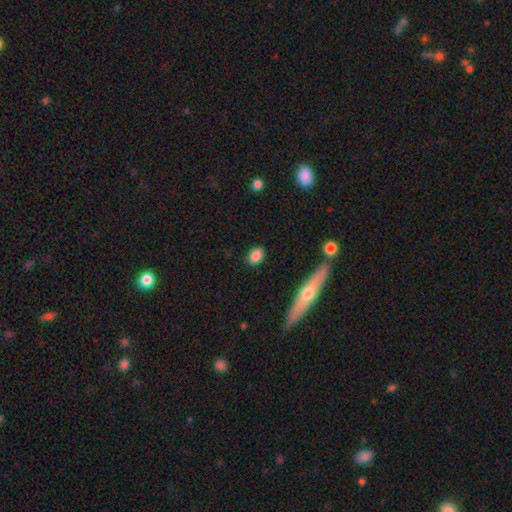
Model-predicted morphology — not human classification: Q: Smooth or featured?
A: smooth (85%); runner-up: star or artifact (8%)
Q: How rounded?
A: in between (65%); runner-up: round (32%)
Q: Merging?
A: none (86%); runner-up: minor disturbance (9%)